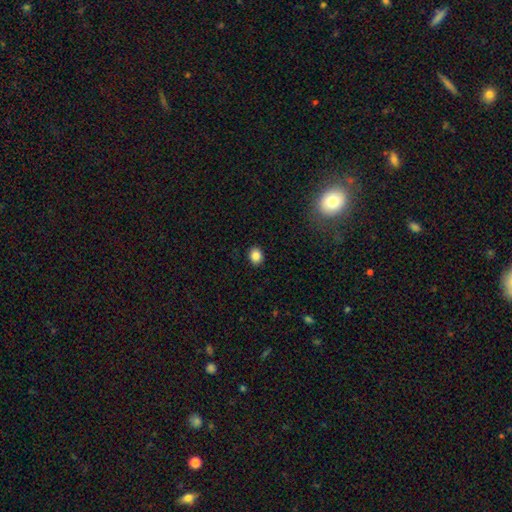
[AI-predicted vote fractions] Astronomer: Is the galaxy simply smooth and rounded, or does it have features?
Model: smooth — 86%.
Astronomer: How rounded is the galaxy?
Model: round — 56% (runner-up: in between, 43%).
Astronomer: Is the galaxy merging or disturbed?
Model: none — 91%.